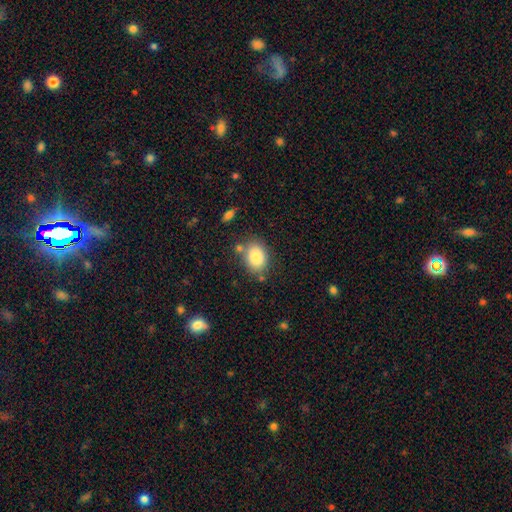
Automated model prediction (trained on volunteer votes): A smooth galaxy with no disk features (86%) that is in between round and cigar-shaped (72%). Merging: none (73%).